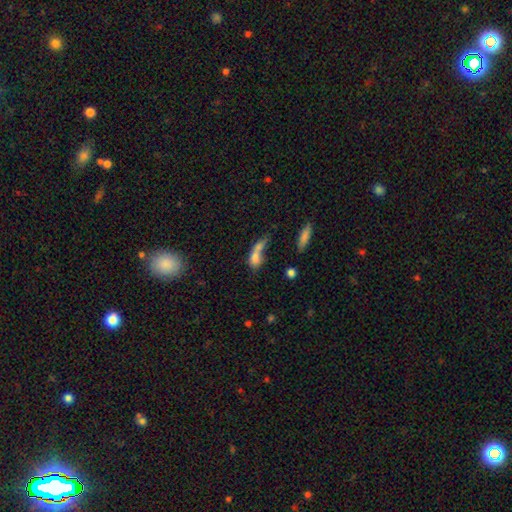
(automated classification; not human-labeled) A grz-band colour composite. It shows a smooth galaxy with no disk features (68%) that is in between round and cigar-shaped (63%). Merging: merger (54%).